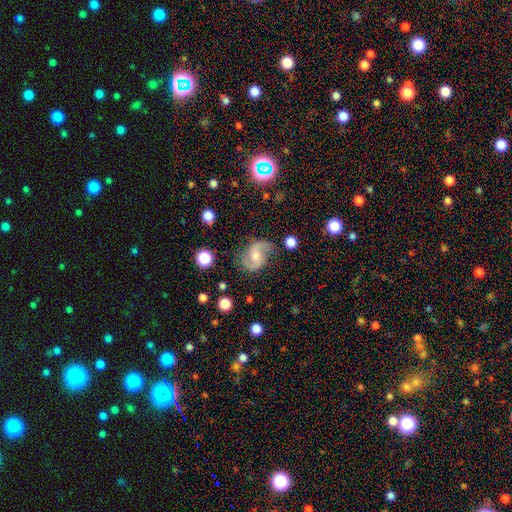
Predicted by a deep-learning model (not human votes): Morphology: type=featured or disk (83%); edge-on=no (98%); bar=no (52%); spiral arms=yes (96%); winding=loose (49%); arm count=2 (91%); bulge=moderate (57%); merging=none (72%).